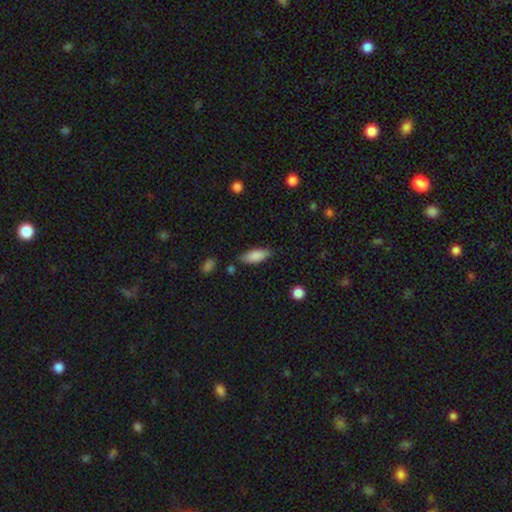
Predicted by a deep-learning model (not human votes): This is clearly a smooth galaxy (85%). How rounded: likely in between (77%). Merging: likely none (78%).